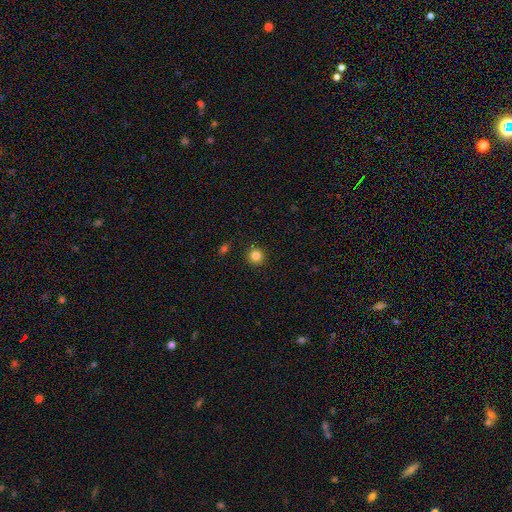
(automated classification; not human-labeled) smooth 84%, star or artifact 11%, featured or disk 4%. Down the decision tree: how rounded — round (94%); merging — none (92%).